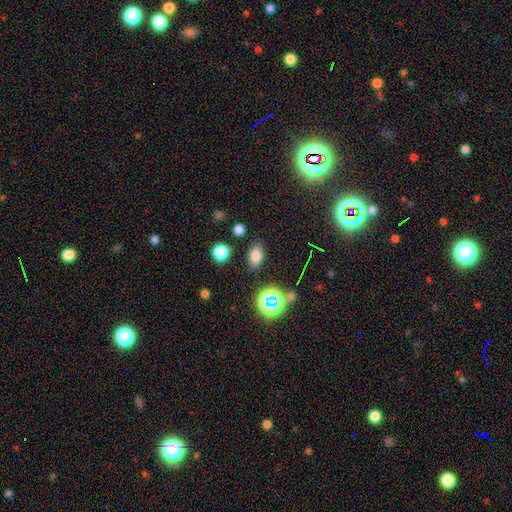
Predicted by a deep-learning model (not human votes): A smooth galaxy with no disk features (72%) that is in between round and cigar-shaped (81%).

Vote fractions:
- Smooth or featured? smooth: 72% / star or artifact: 19% / featured or disk: 9%
- How rounded? in between: 81% / round: 16% / cigar-shaped: 3%
- Merging? none: 82% / minor disturbance: 11% / major disturbance: 4% / merger: 4%